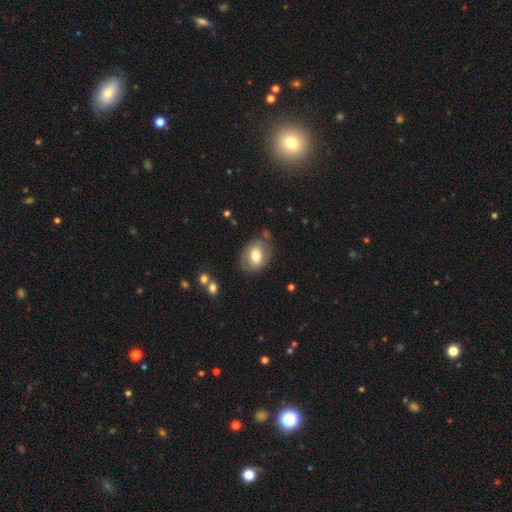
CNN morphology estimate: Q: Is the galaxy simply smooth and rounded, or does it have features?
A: smooth — 69%.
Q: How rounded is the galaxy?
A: in between — 65%.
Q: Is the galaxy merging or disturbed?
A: none — 73%.